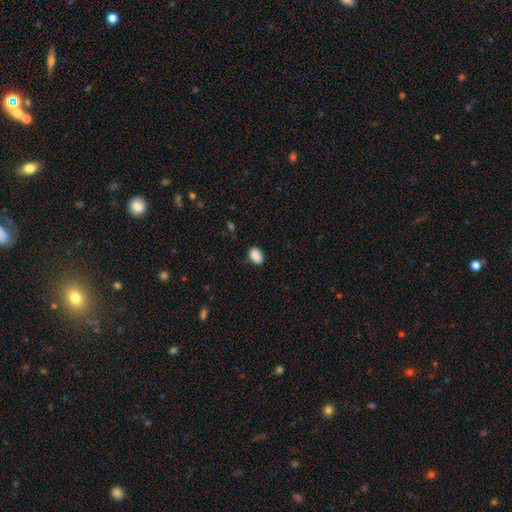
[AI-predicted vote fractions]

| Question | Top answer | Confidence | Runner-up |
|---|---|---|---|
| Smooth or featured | smooth | 87% | star or artifact (8%) |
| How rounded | in between | 83% | round (16%) |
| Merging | none | 83% | minor disturbance (13%) |